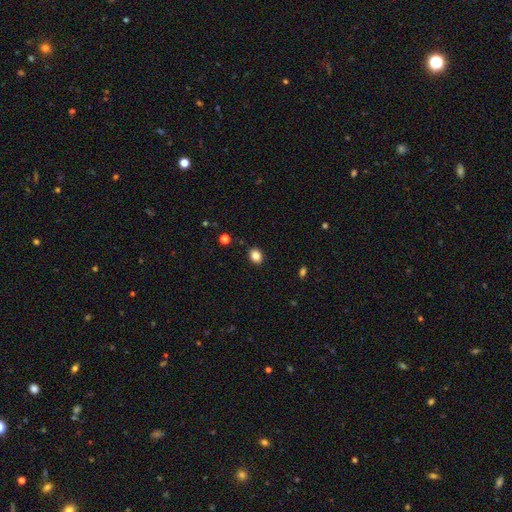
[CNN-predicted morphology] Overall: smooth (85%). How rounded: in between (59%; round 40%). Merging: none (89%).